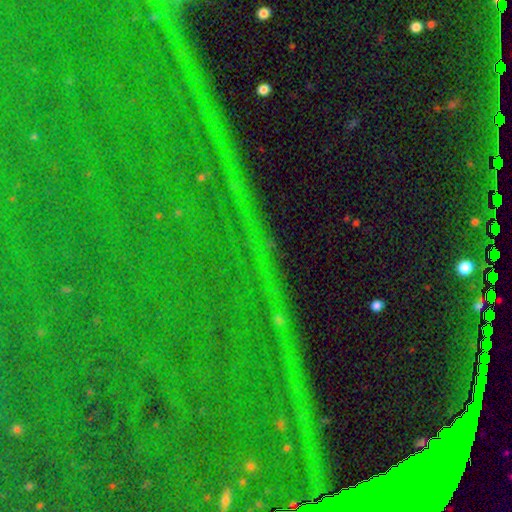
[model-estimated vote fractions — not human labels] Morphology: type=star or artifact (85%).